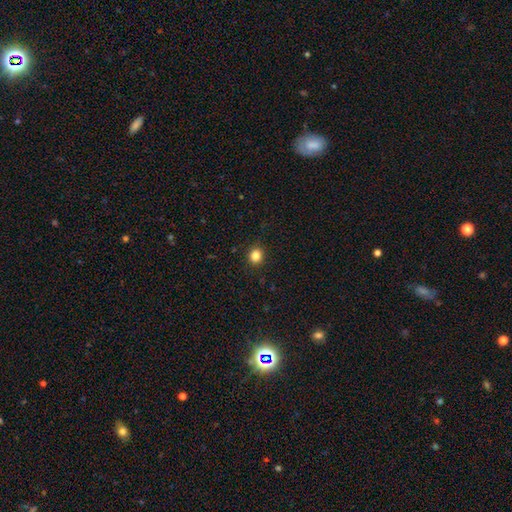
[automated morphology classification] Smooth or featured: smooth — 85% (star or artifact — 11%)
How rounded: round — 83% (in between — 17%)
Merging: none — 91% (minor disturbance — 6%)